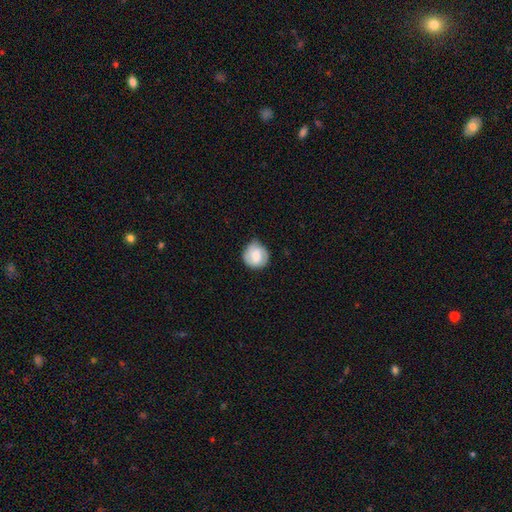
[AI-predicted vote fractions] Smooth or featured? Predicted: smooth (p=0.70). How rounded? Predicted: round (p=0.88). Merging? Predicted: none (p=0.71).